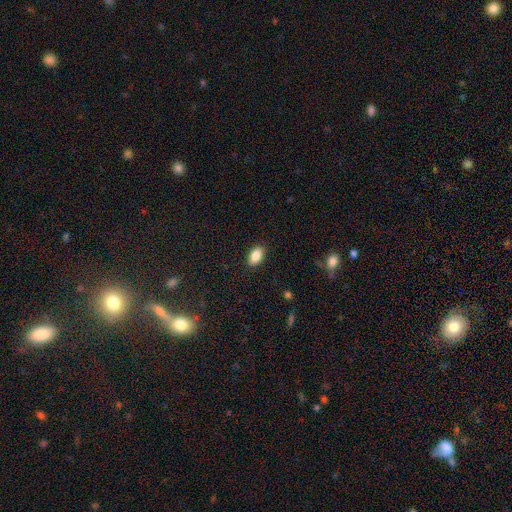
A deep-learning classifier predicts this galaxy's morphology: A smooth galaxy with no disk features (87%) that is in between round and cigar-shaped (92%).

Vote fractions:
- Smooth or featured? smooth: 87% / star or artifact: 8% / featured or disk: 5%
- How rounded? in between: 92% / round: 6% / cigar-shaped: 2%
- Merging? none: 88% / minor disturbance: 9% / major disturbance: 2% / merger: 1%